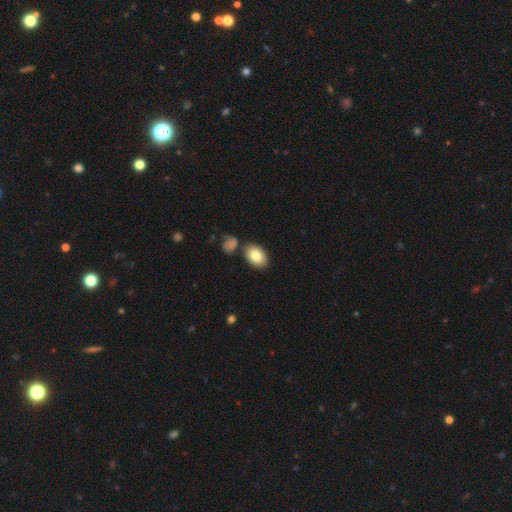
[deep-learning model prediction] smooth_or_featured: smooth (p=0.83) [alt: featured or disk p=0.10]
how_rounded: in between (p=0.88) [alt: round p=0.11]
merging: none (p=0.76) [alt: minor disturbance p=0.12]